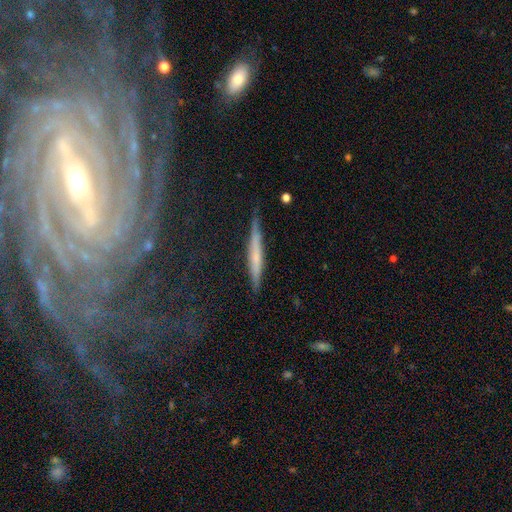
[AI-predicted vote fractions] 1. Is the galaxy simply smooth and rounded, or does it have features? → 51% featured or disk, 42% smooth, 7% star or artifact.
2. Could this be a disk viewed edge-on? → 93% yes, 7% no.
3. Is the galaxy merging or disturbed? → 81% none, 15% minor disturbance, 3% major disturbance, 2% merger.